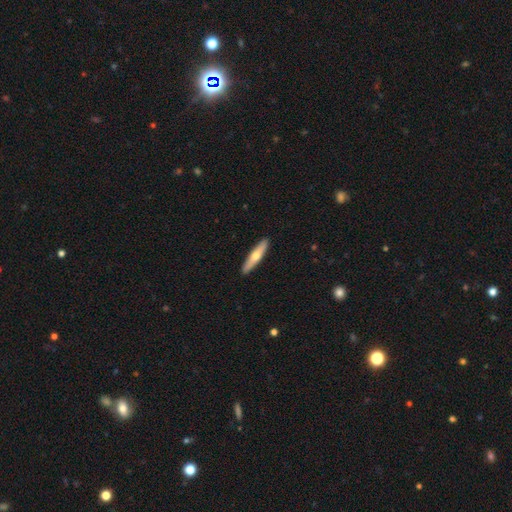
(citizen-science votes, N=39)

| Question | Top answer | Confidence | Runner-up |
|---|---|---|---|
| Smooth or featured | smooth | 51% | featured or disk (38%) |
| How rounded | cigar-shaped | 90% | in between (10%) |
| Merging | none | 89% | minor disturbance (9%) |